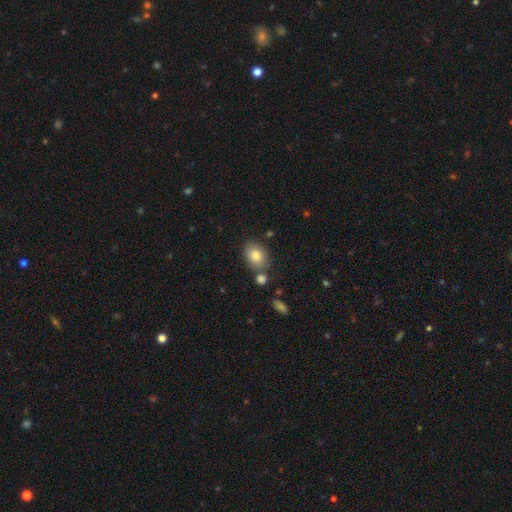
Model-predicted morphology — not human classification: Smooth or featured? Predicted: smooth (p=0.81). How rounded? Predicted: in between (p=0.64). Merging? Predicted: none (p=0.71).